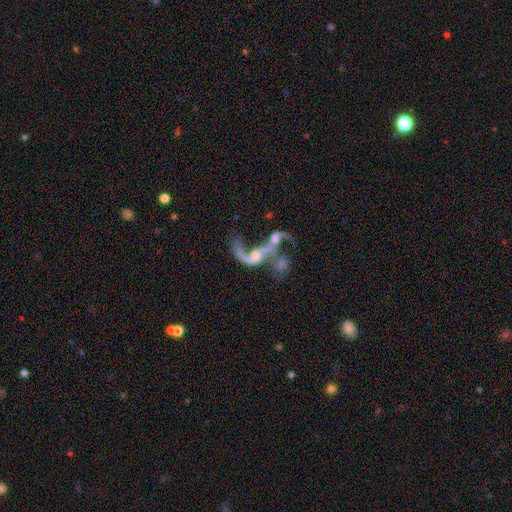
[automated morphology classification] A featured or disk galaxy (68%) with no bar (64%), spiral arms (59%) and a small central bulge (35%). Merging: merger (55%).